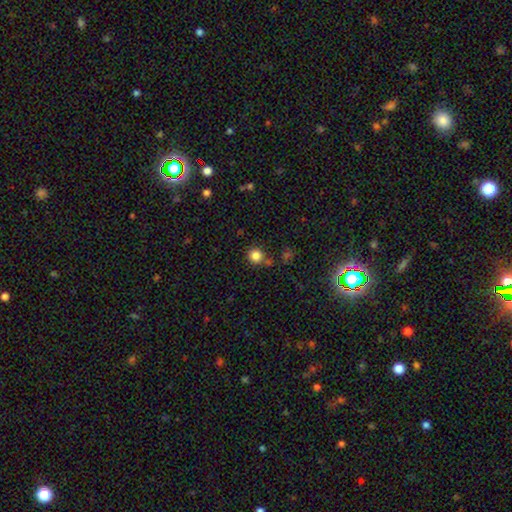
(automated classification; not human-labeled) Smooth or featured? Predicted: smooth (p=0.83). How rounded? Predicted: round (p=0.93). Merging? Predicted: none (p=0.81).